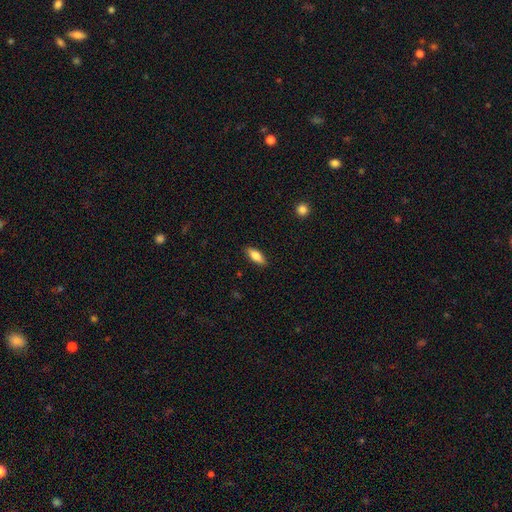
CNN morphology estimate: Smooth or featured? smooth (79%)
How rounded? in between (75%)
Merging? none (88%)